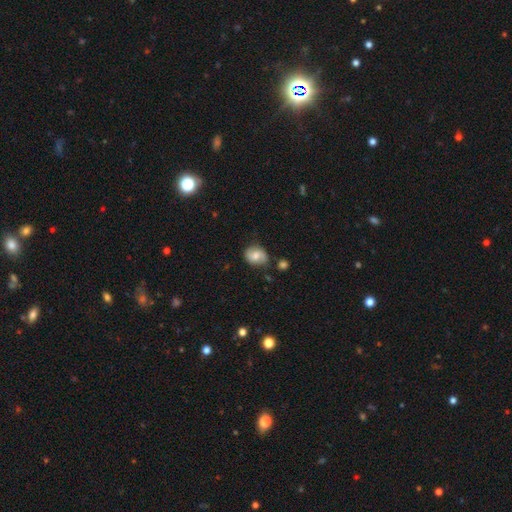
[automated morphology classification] This is possibly a smooth galaxy (53%). How rounded: possibly in between (51%). Merging: likely none (71%).